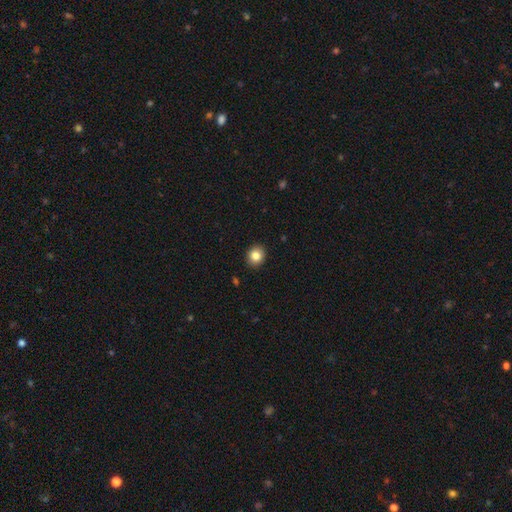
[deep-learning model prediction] The model was most divided on "how rounded": round: 74%, in between: 25%, cigar-shaped: 1%. More confident: merging — none (91%); smooth or featured — smooth (84%).